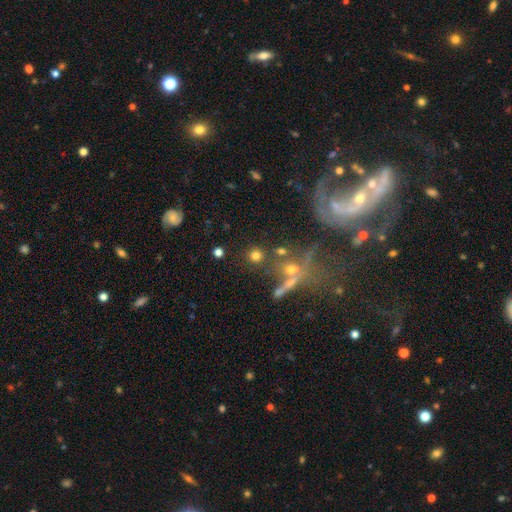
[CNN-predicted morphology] Overall: smooth (73%). How rounded: round (91%). Merging: none (76%).